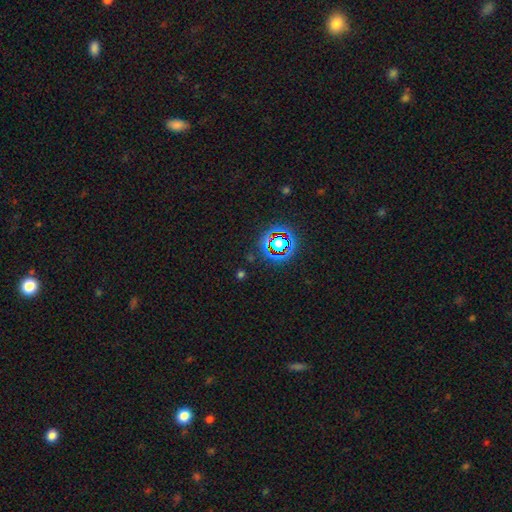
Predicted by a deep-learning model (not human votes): The model was most divided on "smooth or featured": star or artifact: 75%, smooth: 15%, featured or disk: 10%.